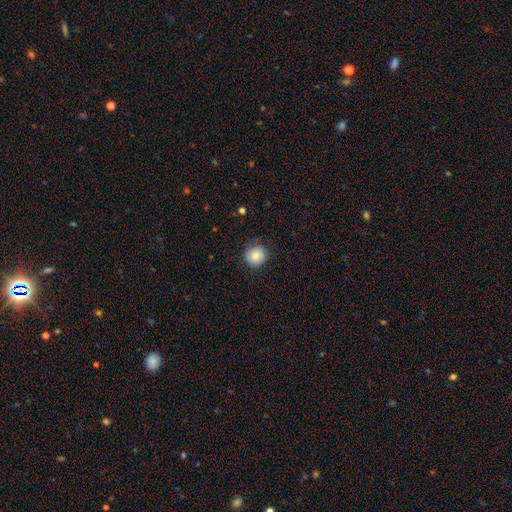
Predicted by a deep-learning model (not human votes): A smooth galaxy with no disk features (85%) that is round (93%). Merging: none (86%).